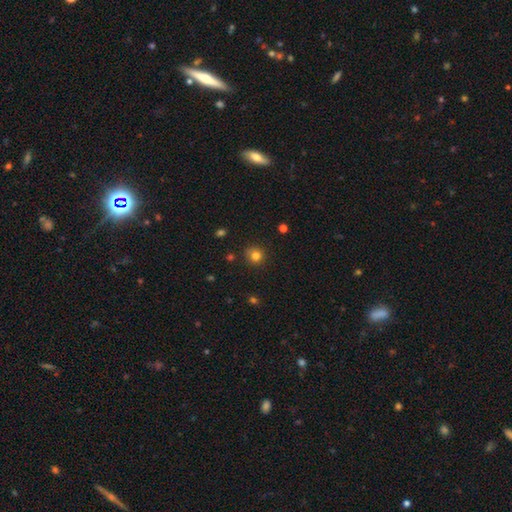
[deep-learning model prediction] Smooth or featured? smooth (80%)
How rounded? round (87%)
Merging? none (83%)